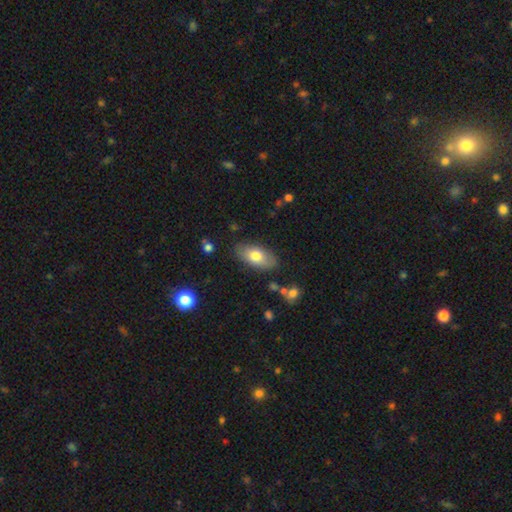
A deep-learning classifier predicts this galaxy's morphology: A smooth galaxy with no disk features (73%) that is in between round and cigar-shaped (90%).

Vote fractions:
- Smooth or featured? smooth: 73% / featured or disk: 20% / star or artifact: 7%
- How rounded? in between: 90% / cigar-shaped: 6% / round: 4%
- Merging? none: 82% / minor disturbance: 13% / major disturbance: 3% / merger: 2%